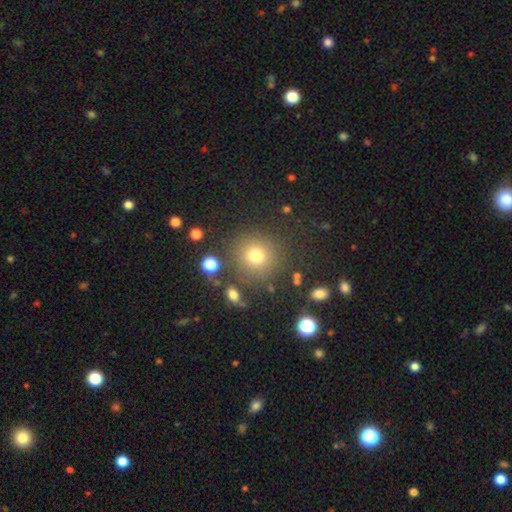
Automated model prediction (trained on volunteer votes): Q: Smooth or featured?
A: smooth (76%); runner-up: star or artifact (16%)
Q: How rounded?
A: round (92%); runner-up: in between (7%)
Q: Merging?
A: none (83%); runner-up: minor disturbance (9%)